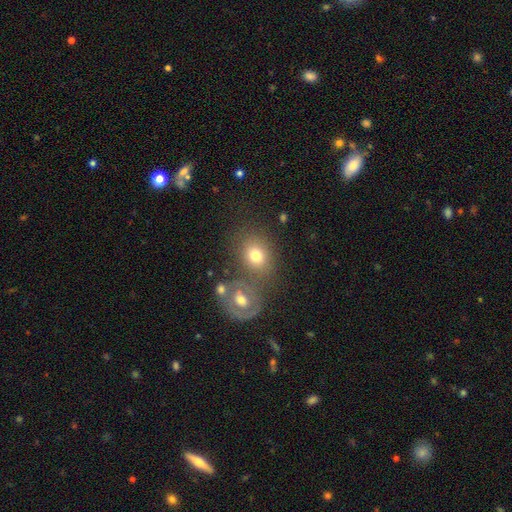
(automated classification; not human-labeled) Morphology: type=smooth (70%); roundness=round (56%); merging=none (48%).